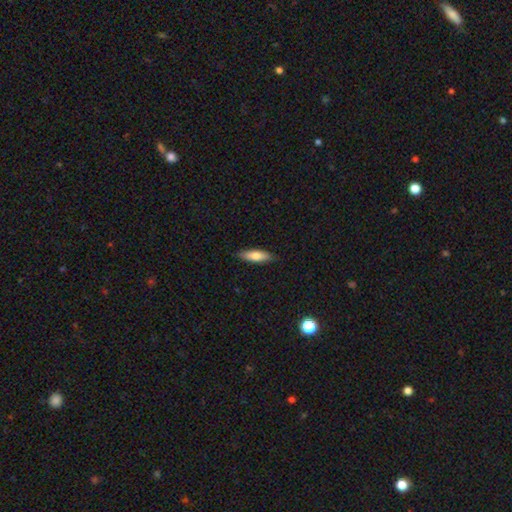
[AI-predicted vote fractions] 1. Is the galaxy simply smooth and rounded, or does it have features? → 73% smooth, 21% featured or disk, 6% star or artifact.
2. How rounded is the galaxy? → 55% cigar-shaped, 43% in between, 2% round.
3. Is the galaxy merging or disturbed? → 87% none, 10% minor disturbance, 2% major disturbance, 1% merger.